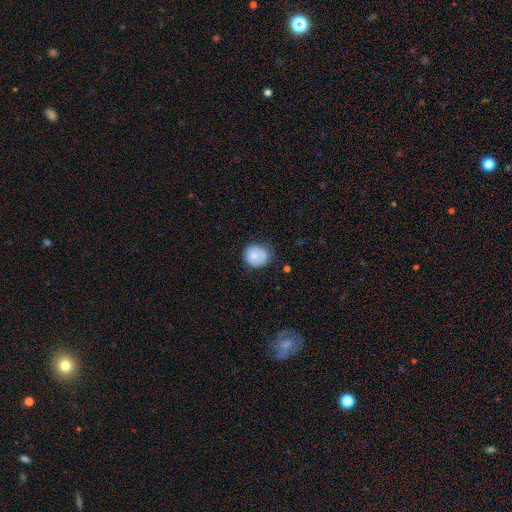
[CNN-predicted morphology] Overall: smooth (75%). How rounded: round (76%). Merging: none (57%; minor disturbance 30%).